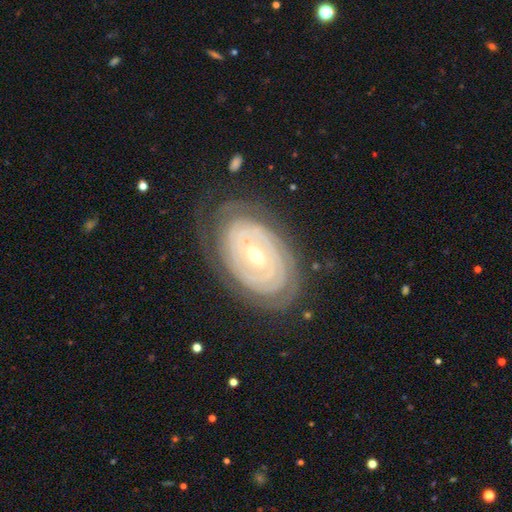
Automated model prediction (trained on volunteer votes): Overall: featured or disk (87%). Edge-on disk: no (95%). Bar: no (39%; weak 38%). Spiral arms: yes (93%). Spiral arm count: can't tell (39%; 2 25%). Spiral winding: tight (87%). Bulge size: small (55%; moderate 42%). Merging: none (76%).